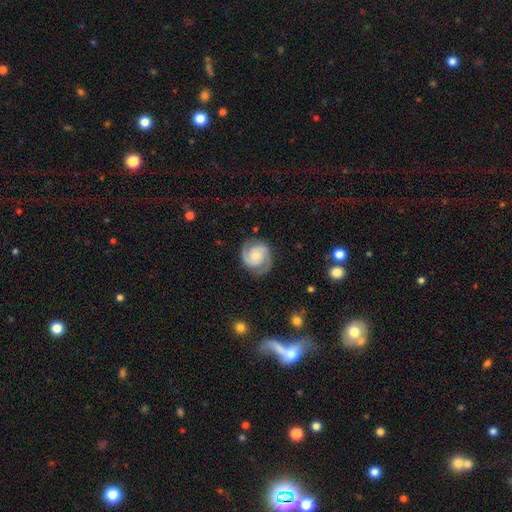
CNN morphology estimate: A featured or disk galaxy (84%) with no bar (64%), 2 (90%) tight (51%) spiral arms (97%) and a small central bulge (53%). Merging: none (81%).